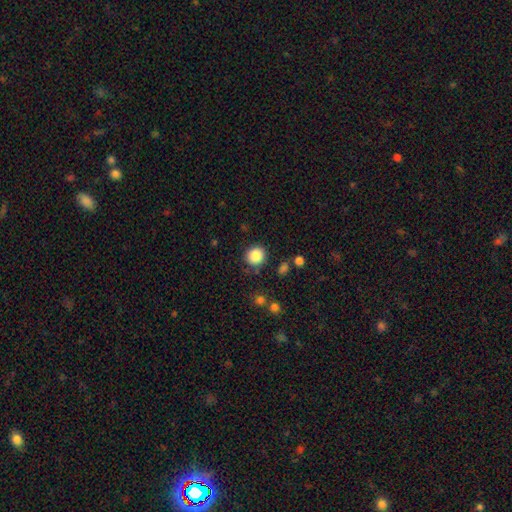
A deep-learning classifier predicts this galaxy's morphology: A smooth galaxy with no disk features (86%) that is round (89%).

Vote fractions:
- Smooth or featured? smooth: 86% / star or artifact: 10% / featured or disk: 4%
- How rounded? round: 89% / in between: 10% / cigar-shaped: 1%
- Merging? none: 84% / minor disturbance: 10% / major disturbance: 4% / merger: 3%